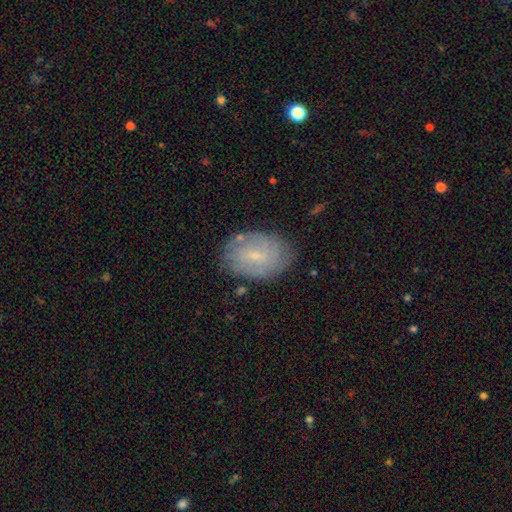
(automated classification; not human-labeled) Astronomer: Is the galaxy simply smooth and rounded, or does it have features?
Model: featured or disk — 50% (runner-up: smooth, 41%).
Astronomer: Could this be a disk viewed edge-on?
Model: no — 96%.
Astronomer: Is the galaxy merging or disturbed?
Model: none — 77%.